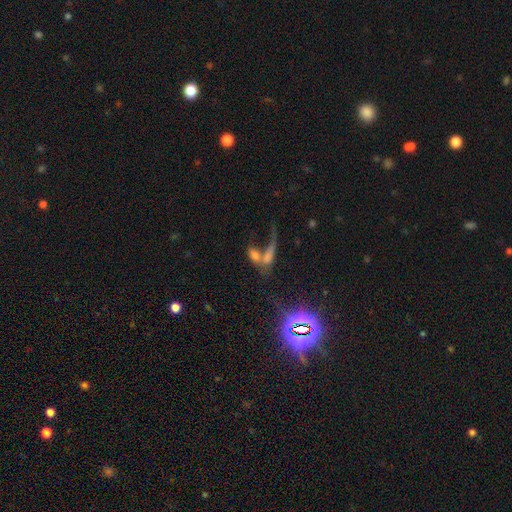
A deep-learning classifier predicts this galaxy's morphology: type=smooth (53%); roundness=in between (67%); merging=merger (61%).